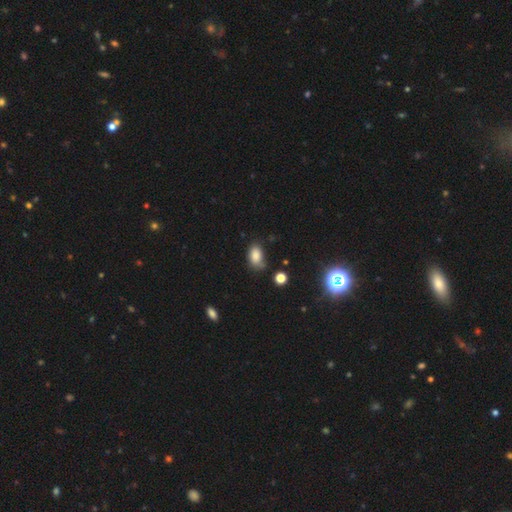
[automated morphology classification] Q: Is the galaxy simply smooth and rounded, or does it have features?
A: smooth — 83%.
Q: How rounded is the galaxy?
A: in between — 86%.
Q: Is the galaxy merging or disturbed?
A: none — 55%.